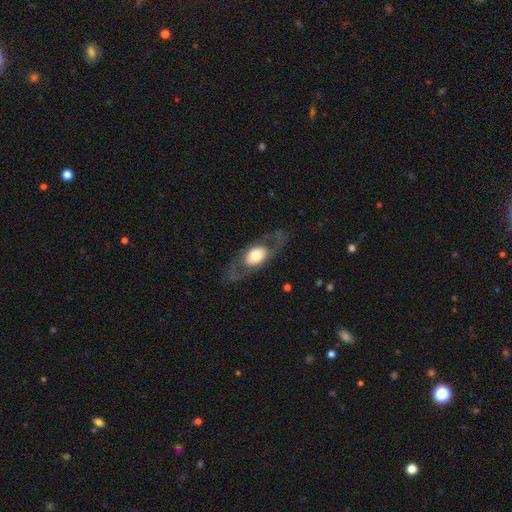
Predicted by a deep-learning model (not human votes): Smooth or featured? Predicted: featured or disk (p=0.58). Edge-on disk? Predicted: no (p=0.80). Merging? Predicted: none (p=0.75).